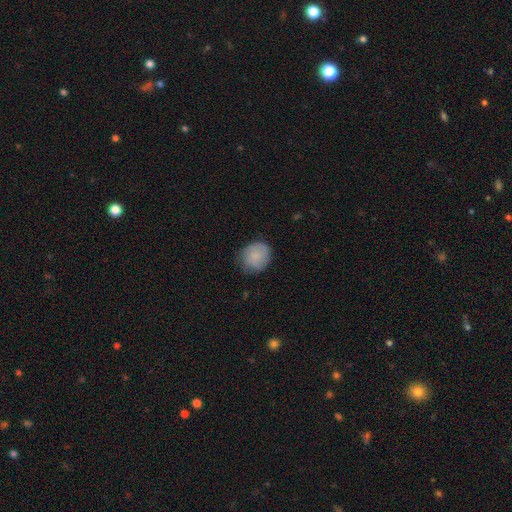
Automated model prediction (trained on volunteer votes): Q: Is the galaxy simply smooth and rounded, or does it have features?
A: smooth — 79%.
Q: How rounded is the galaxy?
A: round — 75%.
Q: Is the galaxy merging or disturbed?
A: none — 70%.